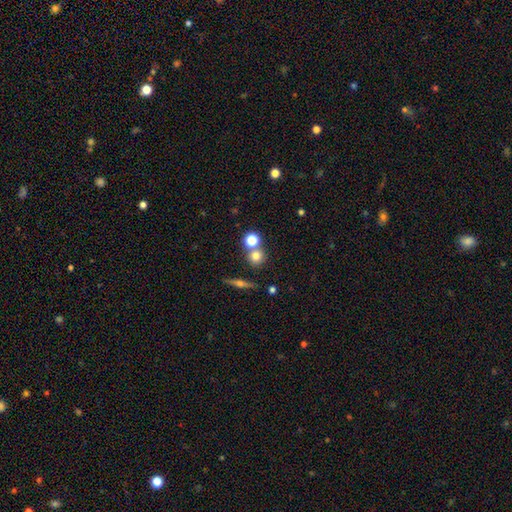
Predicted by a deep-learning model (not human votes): Smooth or featured: smooth — 72% (star or artifact — 14%)
How rounded: round — 88% (in between — 10%)
Merging: none — 61% (merger — 29%)